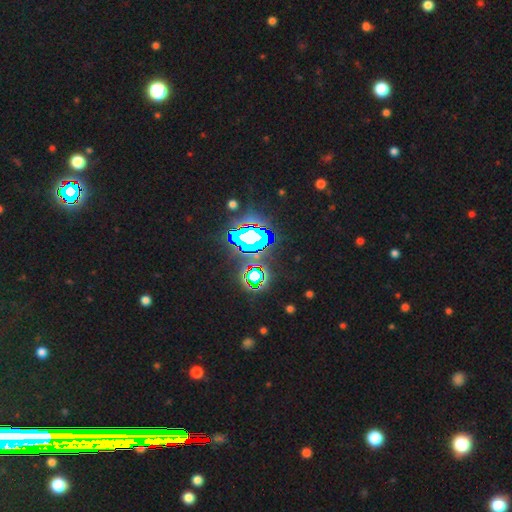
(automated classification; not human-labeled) The model was most divided on "smooth or featured": star or artifact: 76%, smooth: 13%, featured or disk: 11%.